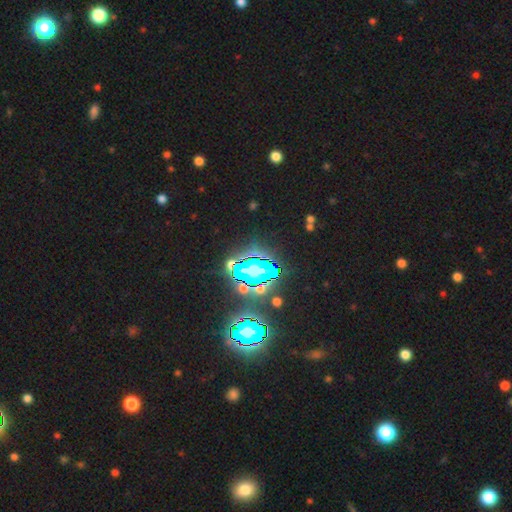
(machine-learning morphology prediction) Smooth or featured: star or artifact — 81% (smooth — 12%)